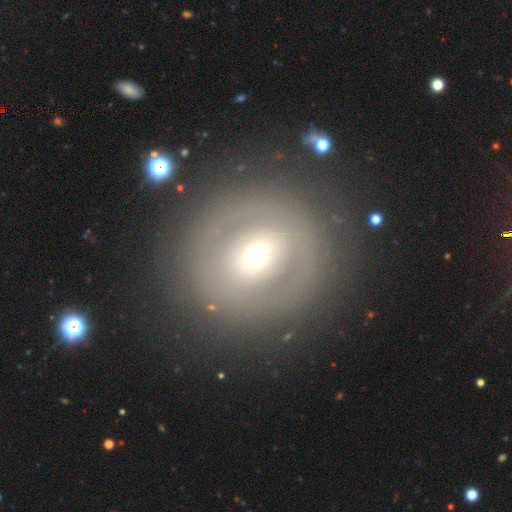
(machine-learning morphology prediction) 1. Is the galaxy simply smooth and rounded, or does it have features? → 54% featured or disk, 37% smooth, 9% star or artifact.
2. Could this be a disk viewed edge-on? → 94% no, 6% yes.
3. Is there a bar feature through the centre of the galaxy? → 53% no, 29% weak, 18% strong.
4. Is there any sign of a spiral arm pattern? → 80% no, 20% yes.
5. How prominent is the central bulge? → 51% moderate, 39% small, 7% large, 2% dominant, 1% none.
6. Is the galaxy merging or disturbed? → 81% none, 10% minor disturbance, 7% major disturbance, 2% merger.